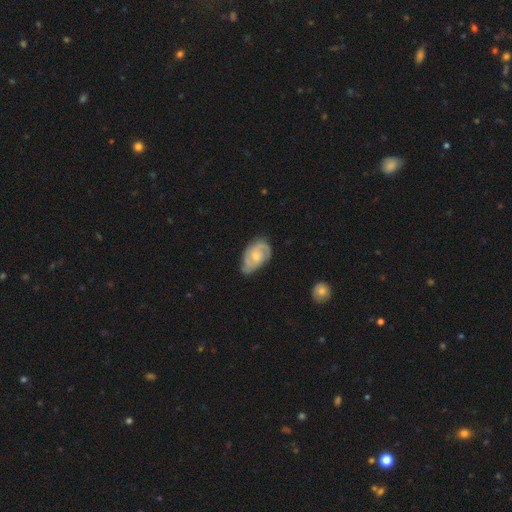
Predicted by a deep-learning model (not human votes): This appears to be a featured or disk galaxy (79%) with no bar (60%), 2 (68%) tight (45%) spiral arms (95%) and a moderate central bulge (47%). Merging: none (64%).